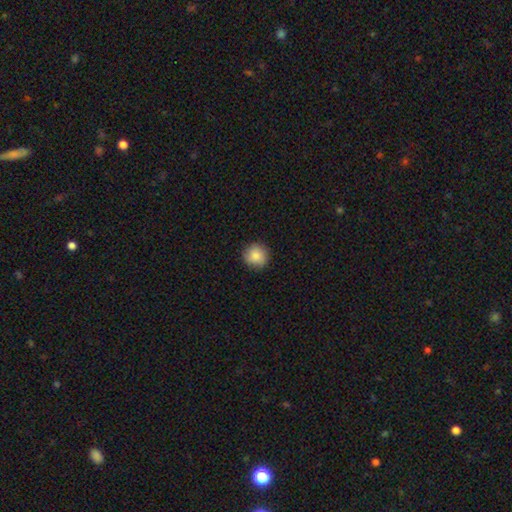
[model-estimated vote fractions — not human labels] Smooth or featured? smooth (86%)
How rounded? round (94%)
Merging? none (90%)